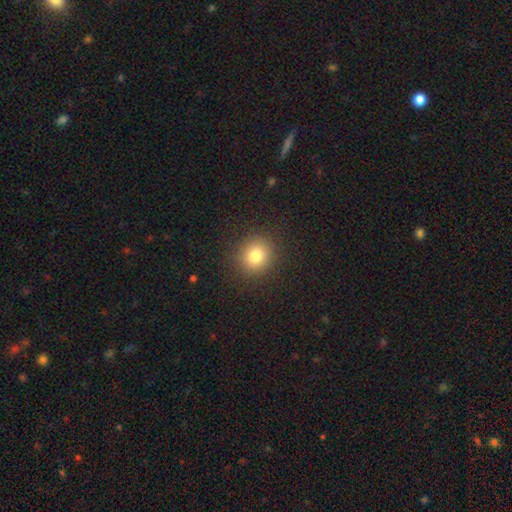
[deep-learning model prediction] The model was most divided on "how rounded": round: 82%, in between: 17%, cigar-shaped: 1%. More confident: merging — none (89%); smooth or featured — smooth (81%).